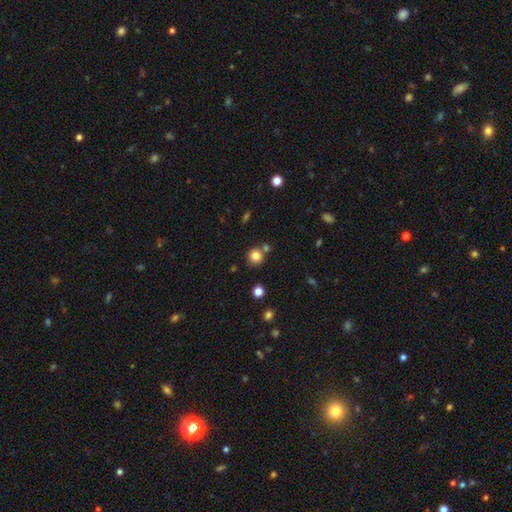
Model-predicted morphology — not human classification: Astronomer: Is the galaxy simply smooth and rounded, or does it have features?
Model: smooth — 82%.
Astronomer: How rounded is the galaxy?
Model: round — 88%.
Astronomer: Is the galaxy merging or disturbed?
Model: none — 71%.